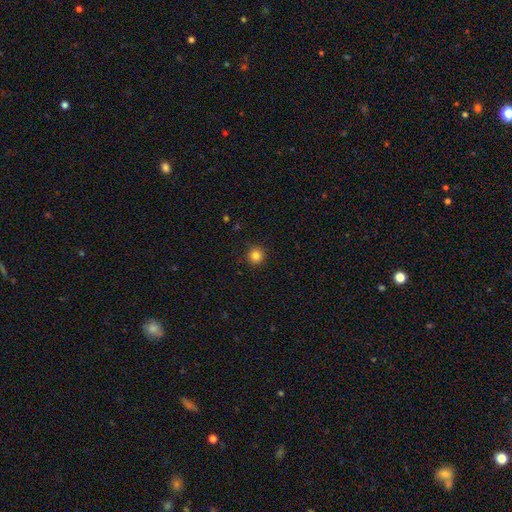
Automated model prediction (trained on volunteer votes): Smooth or featured? smooth (84%)
How rounded? round (95%)
Merging? none (91%)